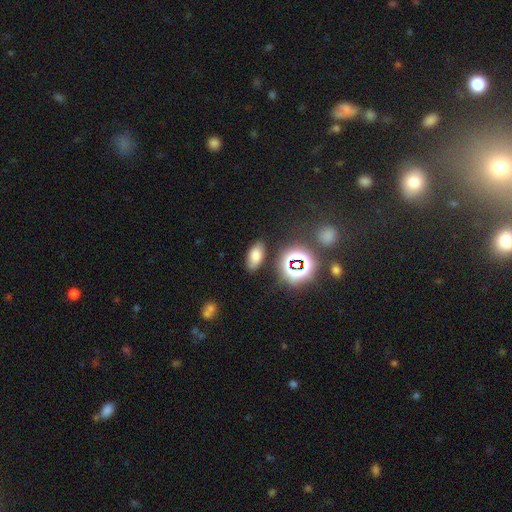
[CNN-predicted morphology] This appears to be a smooth galaxy with no disk features (71%) that is in between round and cigar-shaped (90%). Merging: none (82%).